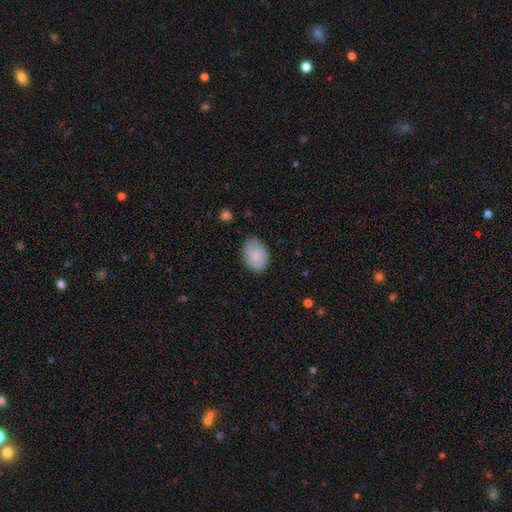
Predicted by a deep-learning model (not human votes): This is clearly a smooth galaxy (83%). How rounded: clearly in between (81%). Merging: likely none (77%).